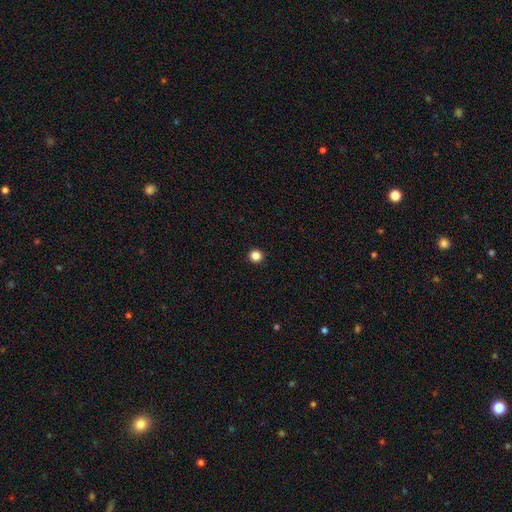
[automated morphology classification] This is clearly a smooth galaxy (85%). How rounded: clearly round (95%). Merging: clearly none (94%).